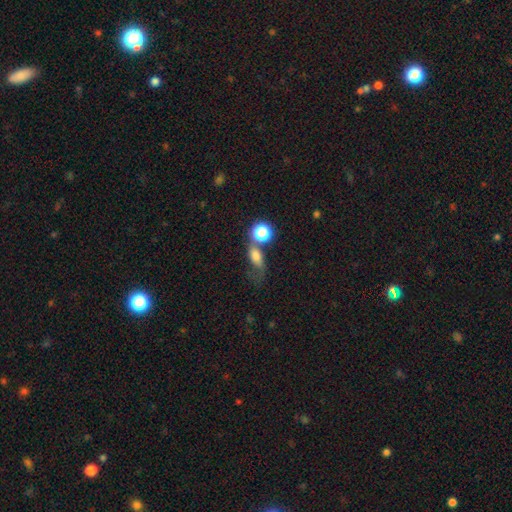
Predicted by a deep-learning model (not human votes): This appears to be a smooth galaxy with no disk features (68%) that is in between round and cigar-shaped (66%). Merging: none (31%).